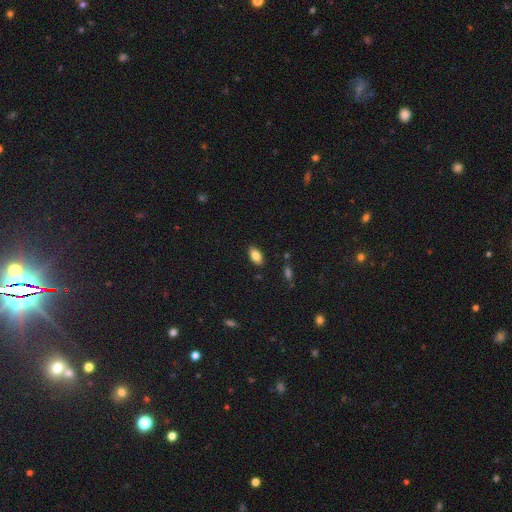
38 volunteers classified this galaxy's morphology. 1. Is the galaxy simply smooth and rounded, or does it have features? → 95% smooth, 3% featured or disk, 3% star or artifact.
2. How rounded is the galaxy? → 97% in between, 3% round, 0% cigar-shaped.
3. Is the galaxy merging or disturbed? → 86% none, 11% minor disturbance, 3% major disturbance, 0% merger.